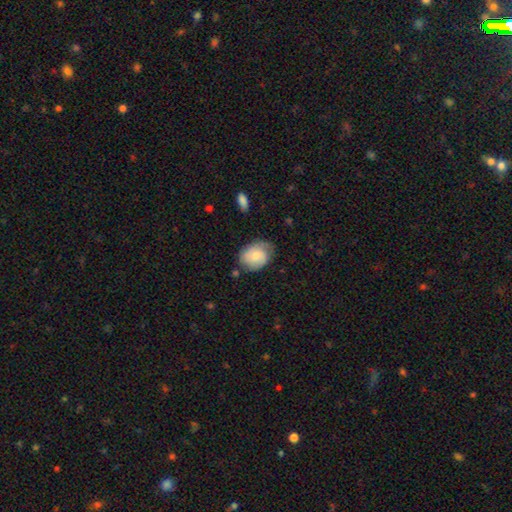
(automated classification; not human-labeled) Smooth or featured: smooth — 55% (featured or disk — 38%)
How rounded: in between — 60% (round — 39%)
Merging: none — 64% (minor disturbance — 27%)